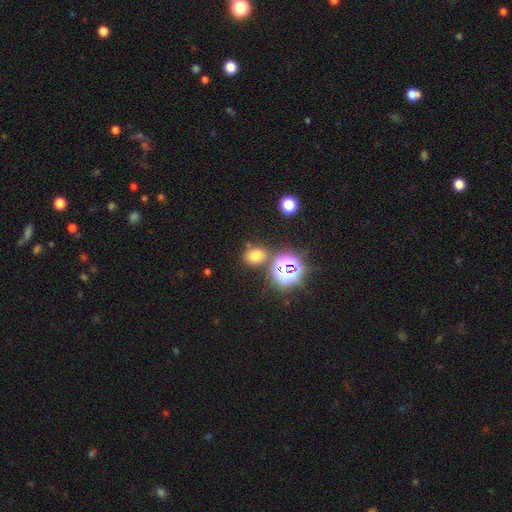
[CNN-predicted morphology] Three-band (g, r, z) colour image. It shows a smooth galaxy with no disk features (65%) that is round (51%). Merging: none (77%).